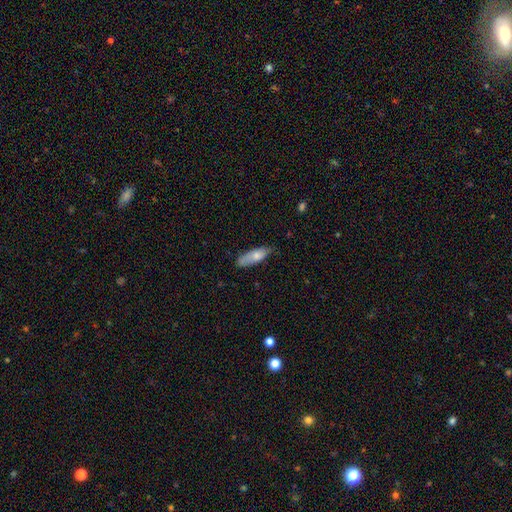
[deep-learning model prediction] smooth-or-featured: smooth: 74% | featured or disk: 20% | star or artifact: 6%
  how-rounded: in between: 59% | cigar-shaped: 39% | round: 2%
  merging: none: 63% | minor disturbance: 29% | major disturbance: 5% | merger: 2%